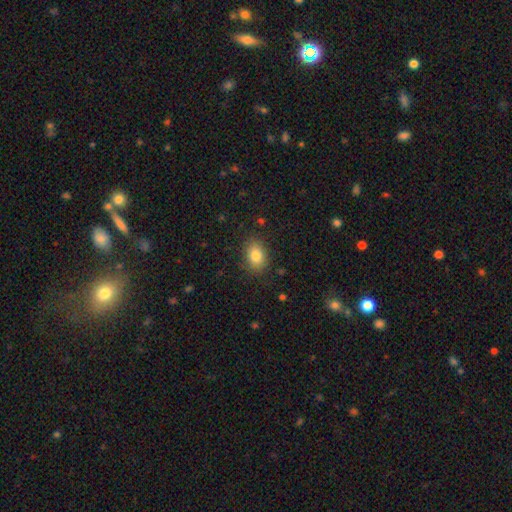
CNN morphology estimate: Overall: smooth (83%). How rounded: in between (74%). Merging: none (85%).